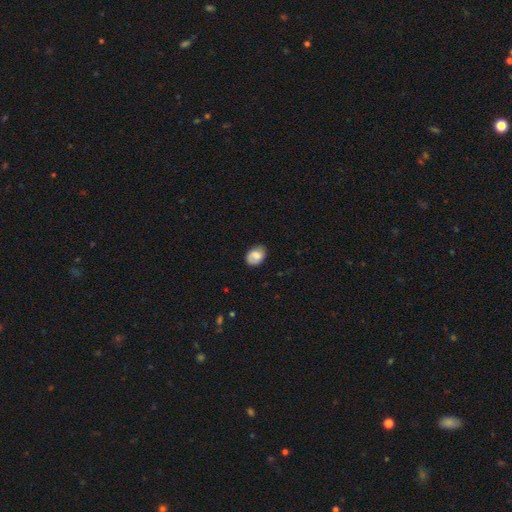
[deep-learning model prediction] Q: Smooth or featured?
A: smooth (76%); runner-up: featured or disk (16%)
Q: How rounded?
A: in between (71%); runner-up: round (28%)
Q: Merging?
A: none (74%); runner-up: minor disturbance (20%)